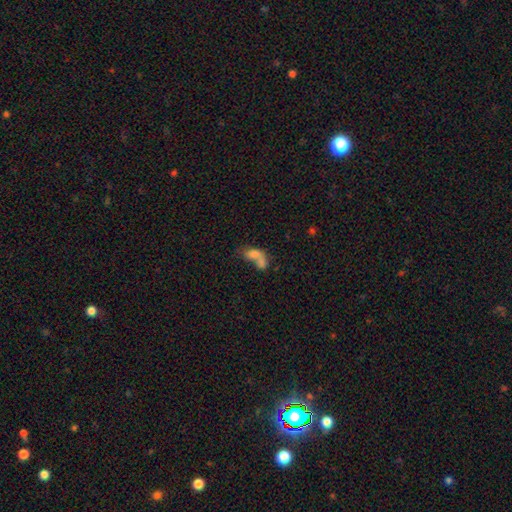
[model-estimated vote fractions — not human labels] Smooth or featured?
  - smooth: 69% *
  - featured or disk: 21%
  - star or artifact: 11%
How rounded?
  - in between: 81% *
  - round: 14%
  - cigar-shaped: 5%
Merging?
  - merger: 65% *
  - none: 16%
  - major disturbance: 11%
  - minor disturbance: 8%